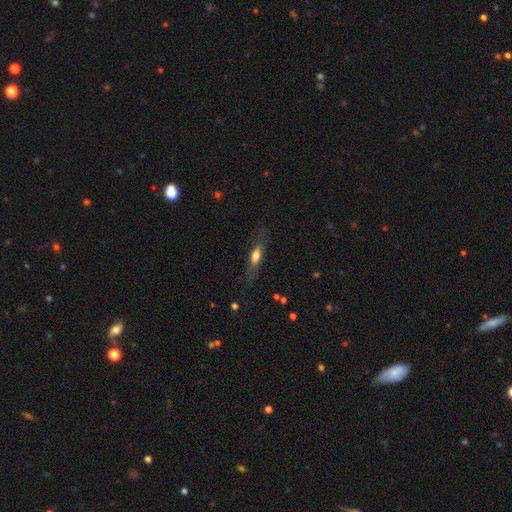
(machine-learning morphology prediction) smooth_or_featured: smooth (p=0.55) [alt: featured or disk p=0.38]
how_rounded: cigar-shaped (p=0.65) [alt: in between p=0.32]
merging: none (p=0.70) [alt: minor disturbance p=0.19]